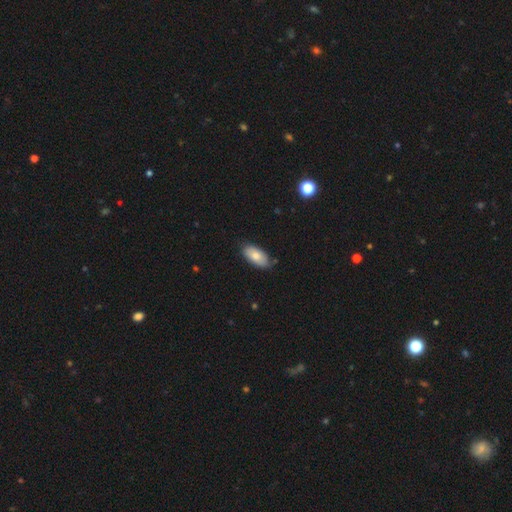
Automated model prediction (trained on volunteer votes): A smooth galaxy with no disk features (78%) that is in between round and cigar-shaped (93%). Merging: none (79%).